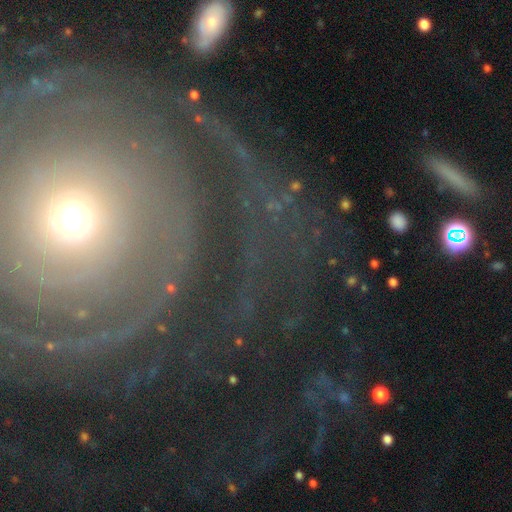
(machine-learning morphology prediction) smooth_or_featured: featured or disk (p=0.47) [alt: star or artifact p=0.38]
merging: none (p=0.67) [alt: major disturbance p=0.15]